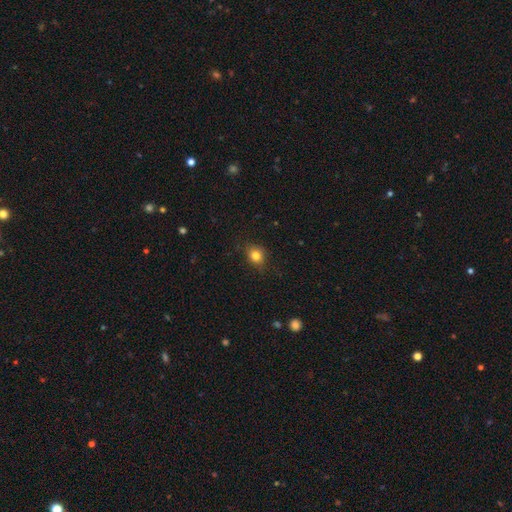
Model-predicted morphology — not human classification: Smooth or featured? Predicted: smooth (p=0.81). How rounded? Predicted: round (p=0.71). Merging? Predicted: none (p=0.82).